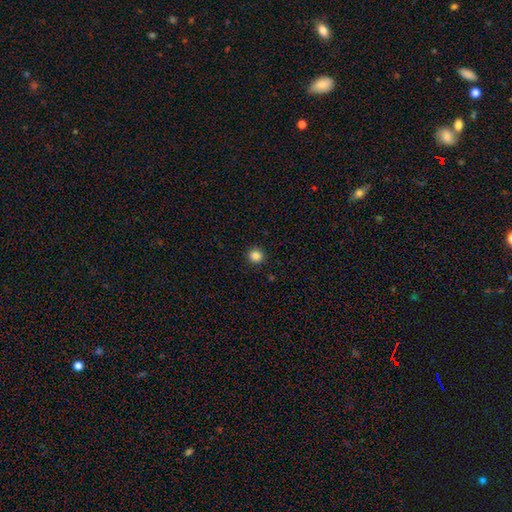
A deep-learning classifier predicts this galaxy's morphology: smooth_or_featured: smooth (p=0.86) [alt: star or artifact p=0.11]
how_rounded: round (p=0.93) [alt: in between p=0.06]
merging: none (p=0.93) [alt: minor disturbance p=0.05]